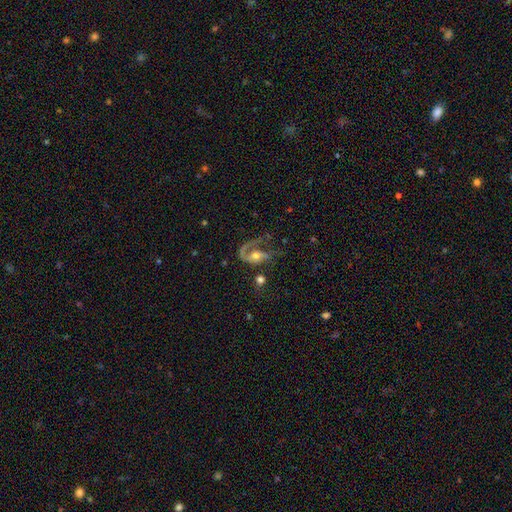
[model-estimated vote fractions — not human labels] smooth-or-featured: featured or disk: 78% | smooth: 15% | star or artifact: 8%
  disk-edge-on: no: 97% | yes: 3%
    bar: no: 64% | weak: 26% | strong: 10%
    has-spiral-arms: yes: 88% | no: 12%
      spiral-winding: loose: 41% | medium: 40% | tight: 19%
      spiral-arm-count: 1: 73% | 2: 19% | can't tell: 4% | 3: 2% | 4: 1% | more than 4: 1%
    bulge-size: moderate: 58% | small: 27% | large: 9% | none: 3% | dominant: 2%
  merging: major disturbance: 44% | none: 32% | minor disturbance: 15% | merger: 8%